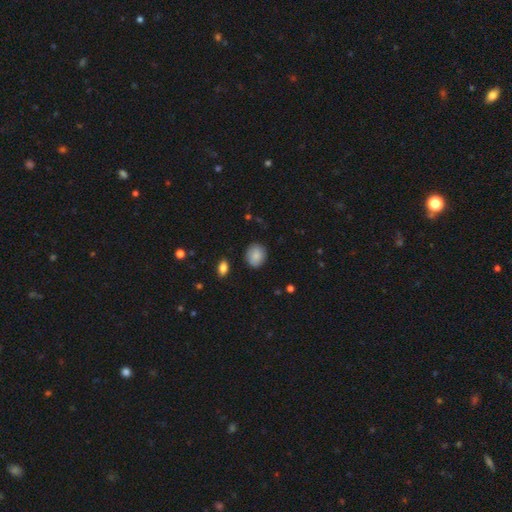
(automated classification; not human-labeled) Overall: smooth (86%). How rounded: round (66%; in between 33%). Merging: none (86%).